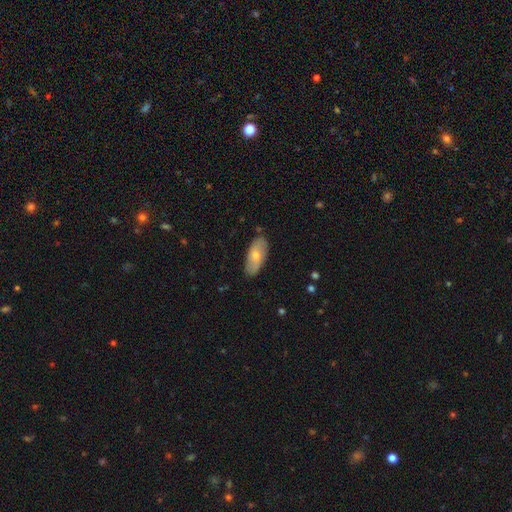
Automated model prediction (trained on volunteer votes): Smooth or featured: smooth — 67% (featured or disk — 28%)
How rounded: in between — 88% (cigar-shaped — 10%)
Merging: none — 84% (minor disturbance — 12%)